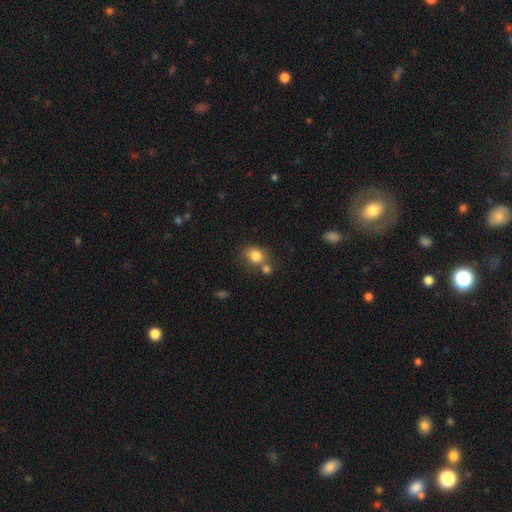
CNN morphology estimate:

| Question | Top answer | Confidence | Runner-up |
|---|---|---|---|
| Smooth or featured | smooth | 82% | star or artifact (11%) |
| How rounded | round | 64% | in between (35%) |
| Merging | none | 57% | merger (25%) |